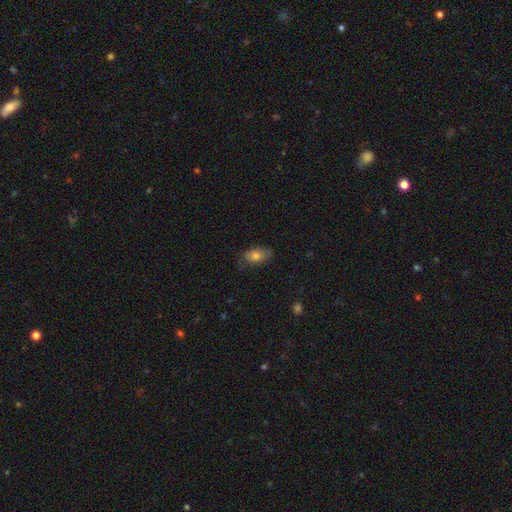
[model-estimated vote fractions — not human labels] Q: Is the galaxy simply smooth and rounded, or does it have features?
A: smooth — 78%.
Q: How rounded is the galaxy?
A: in between — 88%.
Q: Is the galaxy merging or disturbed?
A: none — 71%.